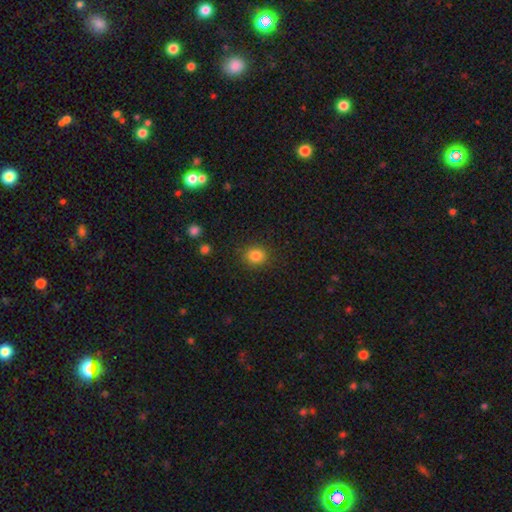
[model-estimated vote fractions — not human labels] Smooth or featured: smooth — 84% (star or artifact — 11%)
How rounded: round — 80% (in between — 19%)
Merging: none — 88% (minor disturbance — 8%)